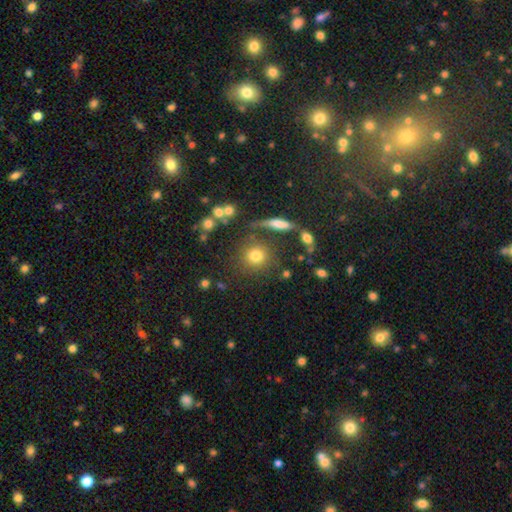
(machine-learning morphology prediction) smooth 74%, star or artifact 14%, featured or disk 13%. Down the decision tree: how rounded — round (85%); merging — none (73%).